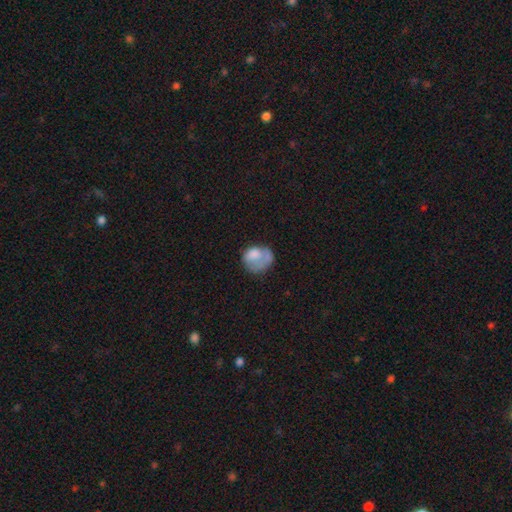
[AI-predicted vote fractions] Smooth or featured: smooth — 65% (featured or disk — 27%)
How rounded: round — 60% (in between — 39%)
Merging: none — 35% (major disturbance — 33%)